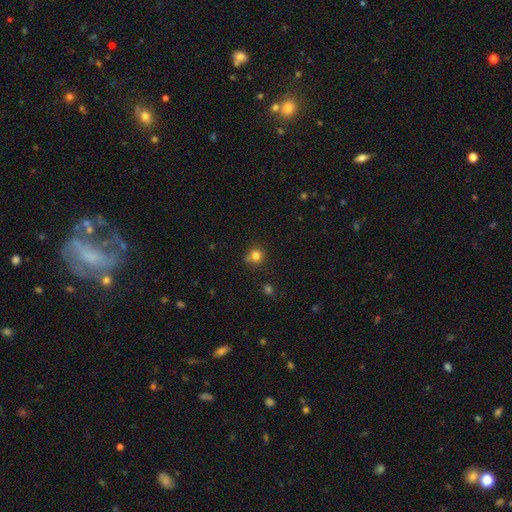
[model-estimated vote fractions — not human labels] This is clearly a smooth galaxy (81%). How rounded: clearly round (90%). Merging: likely none (71%).